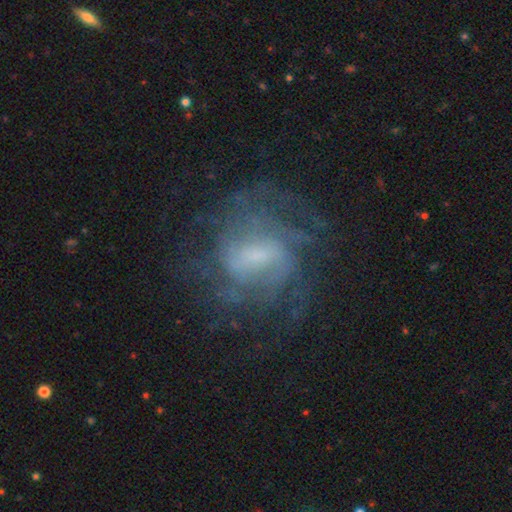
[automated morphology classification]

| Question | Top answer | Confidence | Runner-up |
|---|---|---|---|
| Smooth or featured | featured or disk | 76% | smooth (13%) |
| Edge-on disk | no | 97% | yes (3%) |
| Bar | weak | 53% | no (25%) |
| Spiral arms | yes | 85% | no (15%) |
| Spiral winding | tight | 45% | medium (39%) |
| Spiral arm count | can't tell | 48% | 2 (14%) |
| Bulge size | small | 43% | moderate (30%) |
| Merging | none | 65% | major disturbance (17%) |